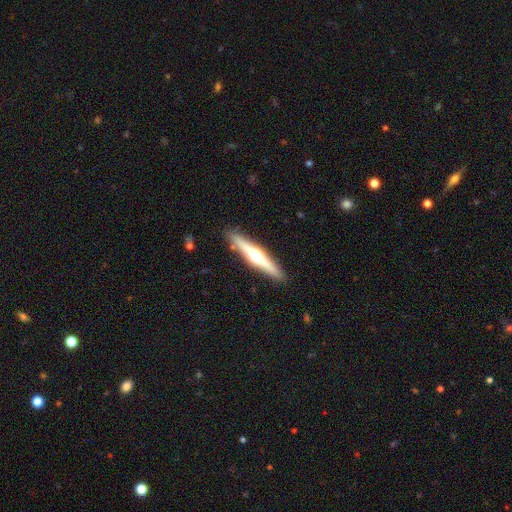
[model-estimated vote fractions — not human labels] Smooth or featured: featured or disk — 68% (smooth — 27%)
Edge-on disk: yes — 97% (no — 3%)
Edge-on bulge: rounded — 93% (none — 4%)
Merging: none — 89% (minor disturbance — 7%)